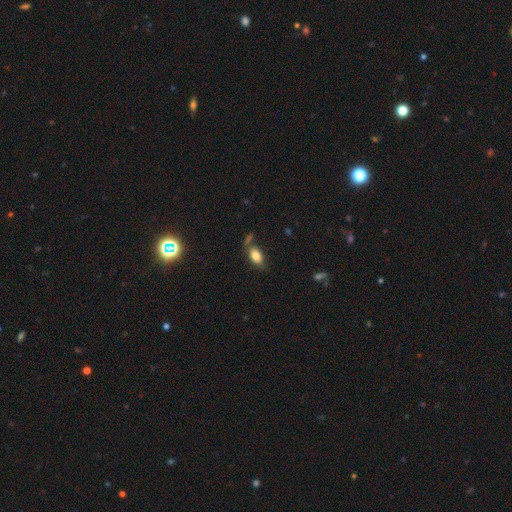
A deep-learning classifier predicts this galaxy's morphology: A smooth galaxy with no disk features (81%) that is in between round and cigar-shaped (91%). Merging: none (63%).